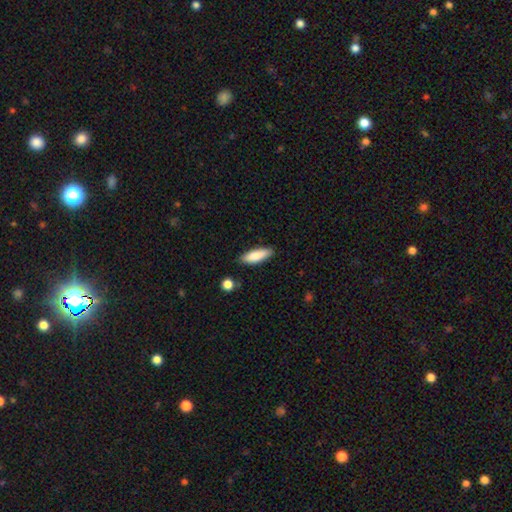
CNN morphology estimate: A smooth galaxy with no disk features (82%) that is in between round and cigar-shaped (50%).

Vote fractions:
- Smooth or featured? smooth: 82% / featured or disk: 12% / star or artifact: 6%
- How rounded? in between: 50% / cigar-shaped: 48% / round: 2%
- Merging? none: 83% / minor disturbance: 12% / major disturbance: 2% / merger: 2%